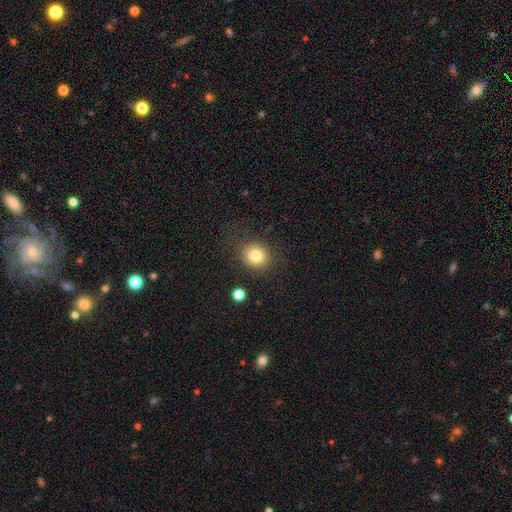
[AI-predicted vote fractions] smooth_or_featured: smooth (p=0.80) [alt: star or artifact p=0.11]
how_rounded: round (p=0.82) [alt: in between p=0.18]
merging: none (p=0.81) [alt: minor disturbance p=0.11]